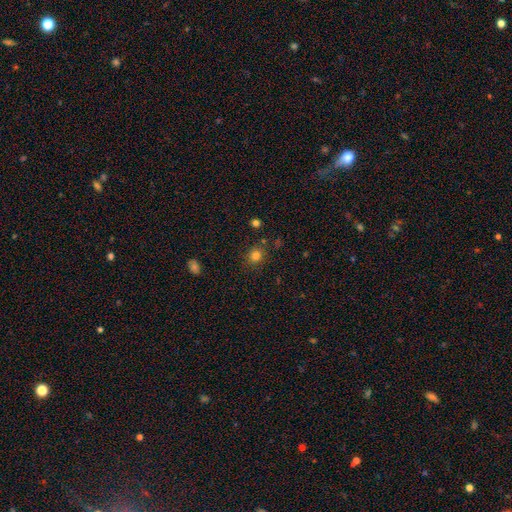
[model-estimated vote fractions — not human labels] smooth_or_featured: smooth (p=0.80) [alt: star or artifact p=0.14]
how_rounded: round (p=0.76) [alt: in between p=0.23]
merging: none (p=0.82) [alt: minor disturbance p=0.11]